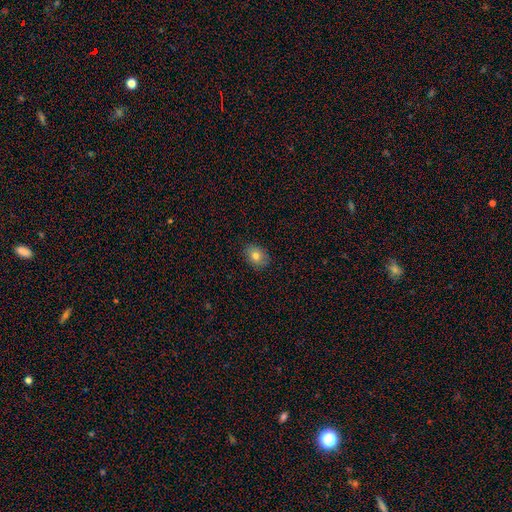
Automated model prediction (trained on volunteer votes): Smooth or featured?
  - smooth: 78% *
  - featured or disk: 12%
  - star or artifact: 10%
How rounded?
  - in between: 64% *
  - round: 35%
  - cigar-shaped: 1%
Merging?
  - none: 87% *
  - minor disturbance: 10%
  - major disturbance: 2%
  - merger: 1%